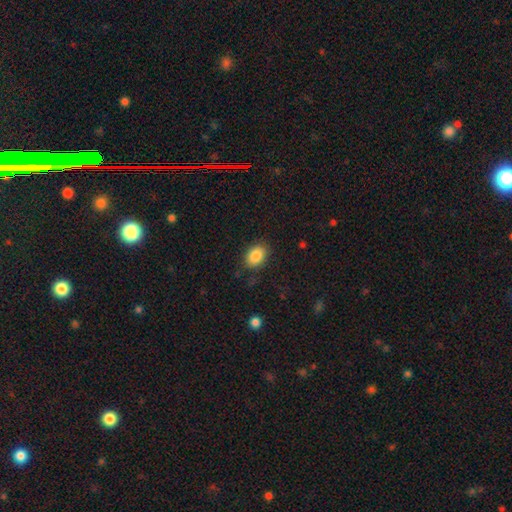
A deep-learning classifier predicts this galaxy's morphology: A smooth galaxy with no disk features (87%) that is in between round and cigar-shaped (80%). Merging: none (82%).